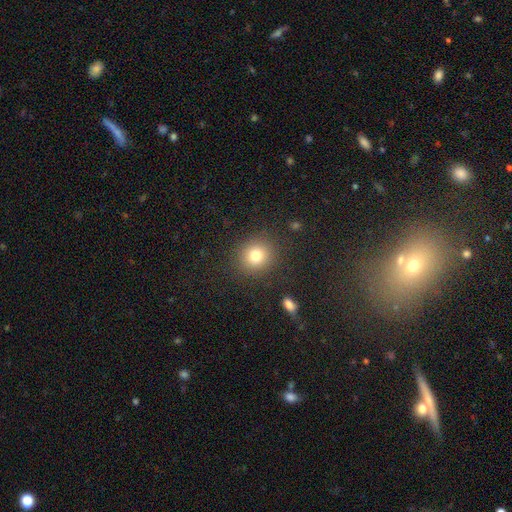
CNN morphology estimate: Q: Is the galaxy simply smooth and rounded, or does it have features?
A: smooth — 79%.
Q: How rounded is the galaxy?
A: round — 85%.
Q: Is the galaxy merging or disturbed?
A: none — 87%.